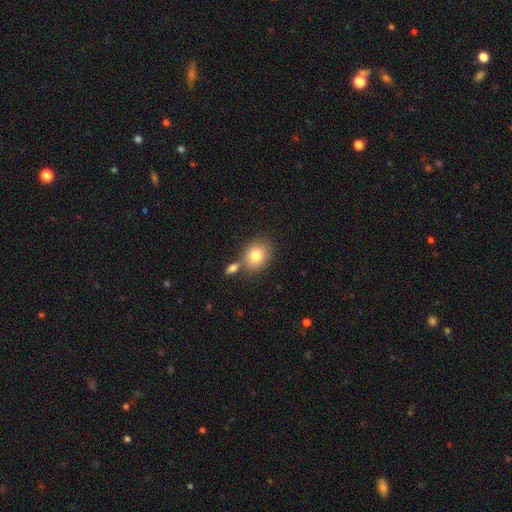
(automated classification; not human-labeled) Overall: smooth (80%). How rounded: round (58%; in between 41%). Merging: none (61%; merger 24%).